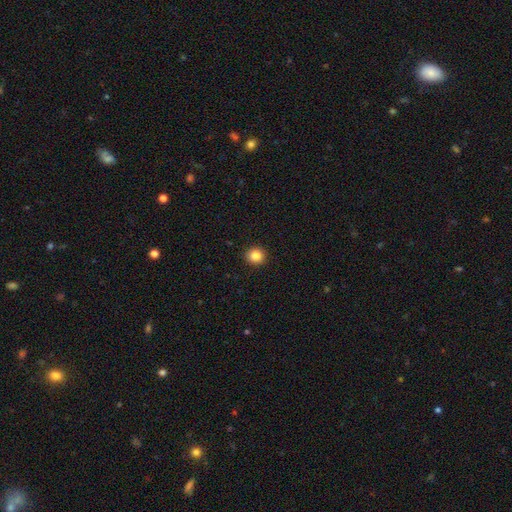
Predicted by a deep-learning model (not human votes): This appears to be a smooth galaxy with no disk features (86%) that is round (86%). Merging: none (92%).